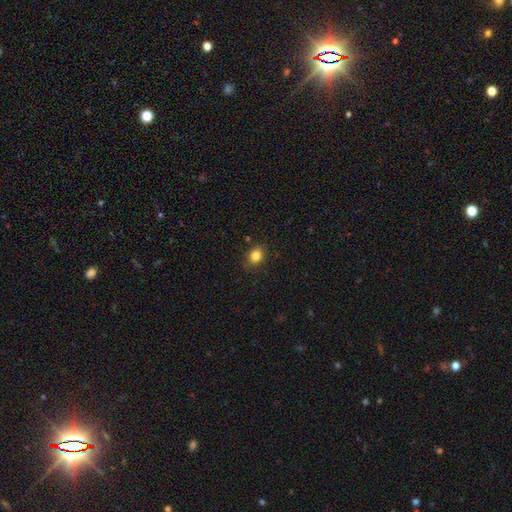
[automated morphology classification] Smooth or featured: smooth — 83% (star or artifact — 11%)
How rounded: round — 60% (in between — 39%)
Merging: none — 84% (minor disturbance — 11%)